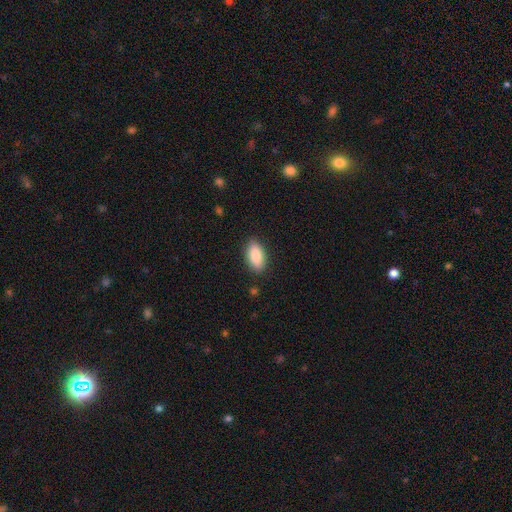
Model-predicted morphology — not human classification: A smooth galaxy with no disk features (89%) that is in between round and cigar-shaped (91%).

Vote fractions:
- Smooth or featured? smooth: 89% / star or artifact: 6% / featured or disk: 5%
- How rounded? in between: 91% / cigar-shaped: 6% / round: 3%
- Merging? none: 87% / minor disturbance: 10% / major disturbance: 2% / merger: 1%